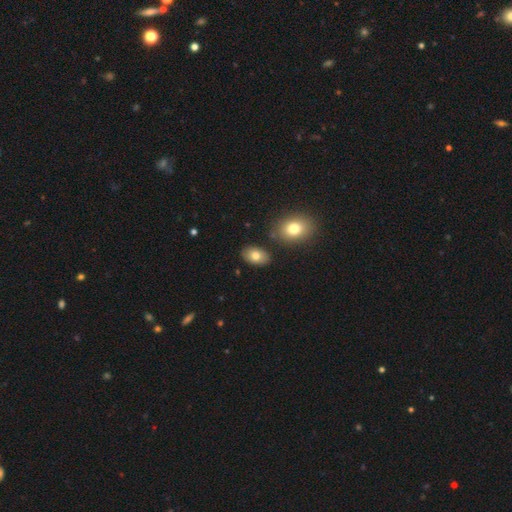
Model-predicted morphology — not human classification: Smooth or featured: smooth — 78% (featured or disk — 13%)
How rounded: in between — 89% (round — 10%)
Merging: none — 82% (minor disturbance — 10%)